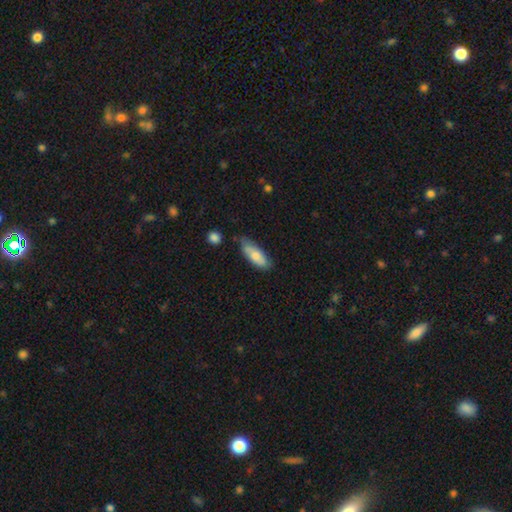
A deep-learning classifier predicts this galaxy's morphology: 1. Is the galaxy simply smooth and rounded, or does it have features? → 72% smooth, 22% featured or disk, 6% star or artifact.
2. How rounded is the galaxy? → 73% in between, 25% cigar-shaped, 2% round.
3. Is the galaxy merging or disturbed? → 63% none, 28% minor disturbance, 5% major disturbance, 4% merger.